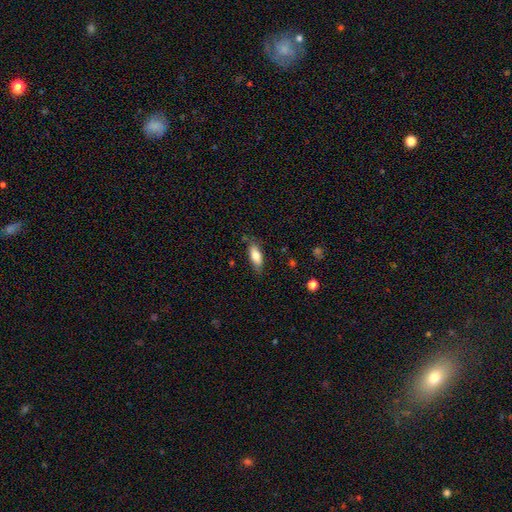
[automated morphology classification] Smooth or featured?
  - smooth: 78% *
  - featured or disk: 16%
  - star or artifact: 7%
How rounded?
  - in between: 76% *
  - cigar-shaped: 22%
  - round: 2%
Merging?
  - none: 74% *
  - minor disturbance: 20%
  - major disturbance: 4%
  - merger: 2%